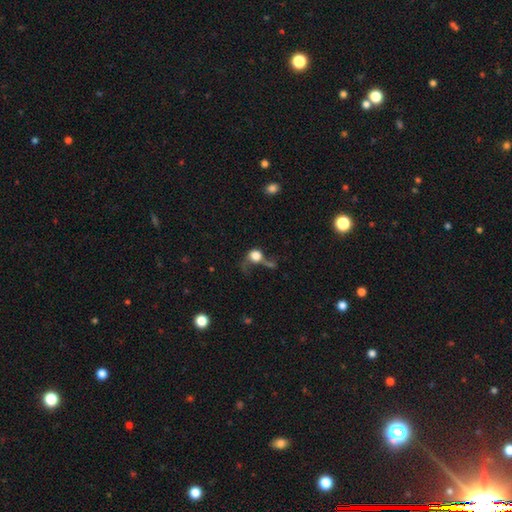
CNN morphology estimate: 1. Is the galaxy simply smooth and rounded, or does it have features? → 69% smooth, 20% featured or disk, 12% star or artifact.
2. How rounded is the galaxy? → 77% round, 22% in between, 2% cigar-shaped.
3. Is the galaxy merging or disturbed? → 42% major disturbance, 23% none, 21% merger, 14% minor disturbance.